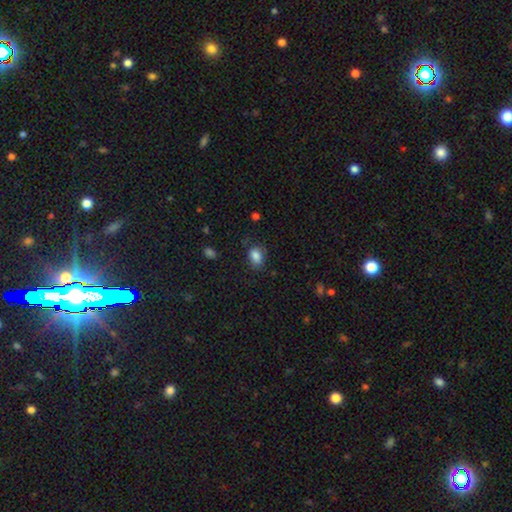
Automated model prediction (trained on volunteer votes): Morphology: type=smooth (85%); roundness=in between (75%); merging=none (73%).